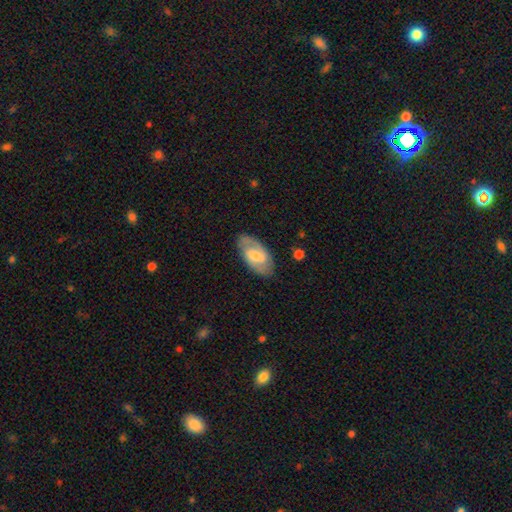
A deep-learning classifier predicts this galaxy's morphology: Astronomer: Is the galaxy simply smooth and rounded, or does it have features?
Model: featured or disk — 65%.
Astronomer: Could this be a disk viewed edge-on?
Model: no — 94%.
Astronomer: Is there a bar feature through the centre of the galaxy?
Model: weak — 51% (runner-up: no, 31%).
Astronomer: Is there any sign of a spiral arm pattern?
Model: yes — 85%.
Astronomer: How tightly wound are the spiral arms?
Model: medium — 48% (runner-up: tight, 35%).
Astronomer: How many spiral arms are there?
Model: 2 — 83%.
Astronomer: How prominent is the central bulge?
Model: moderate — 44% (runner-up: small, 37%).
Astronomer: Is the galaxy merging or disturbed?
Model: none — 83%.